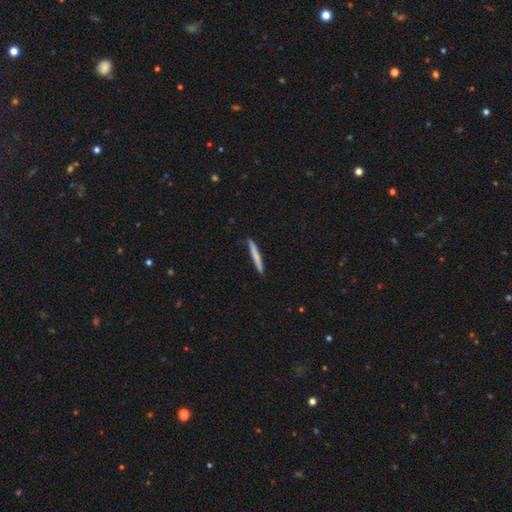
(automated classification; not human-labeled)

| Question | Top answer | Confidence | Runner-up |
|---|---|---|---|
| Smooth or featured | smooth | 71% | featured or disk (24%) |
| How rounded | cigar-shaped | 96% | in between (2%) |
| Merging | none | 87% | minor disturbance (10%) |